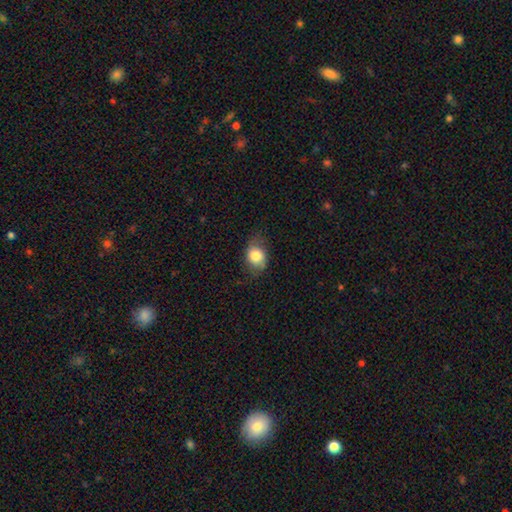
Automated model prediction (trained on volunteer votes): smooth_or_featured: smooth (p=0.79) [alt: featured or disk p=0.13]
how_rounded: in between (p=0.60) [alt: round p=0.38]
merging: none (p=0.68) [alt: minor disturbance p=0.24]